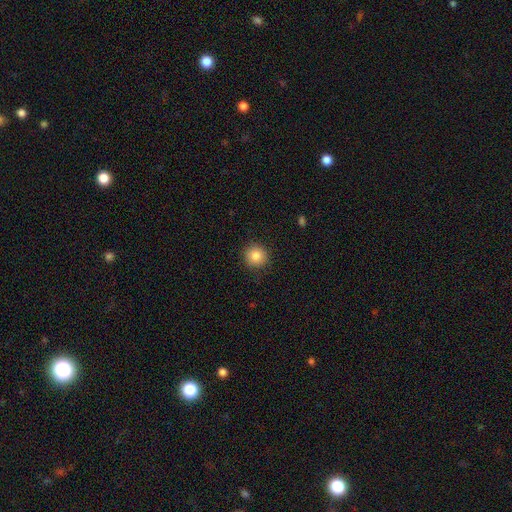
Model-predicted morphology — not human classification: A smooth galaxy with no disk features (85%) that is round (93%). Merging: none (90%).